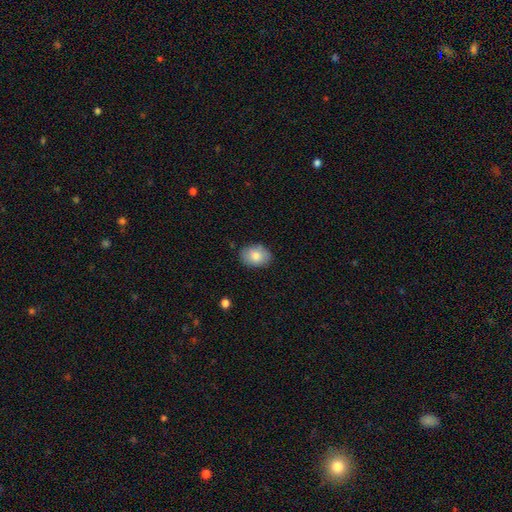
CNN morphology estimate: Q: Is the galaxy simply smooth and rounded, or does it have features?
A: smooth — 82%.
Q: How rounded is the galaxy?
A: in between — 74%.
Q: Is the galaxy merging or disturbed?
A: none — 85%.